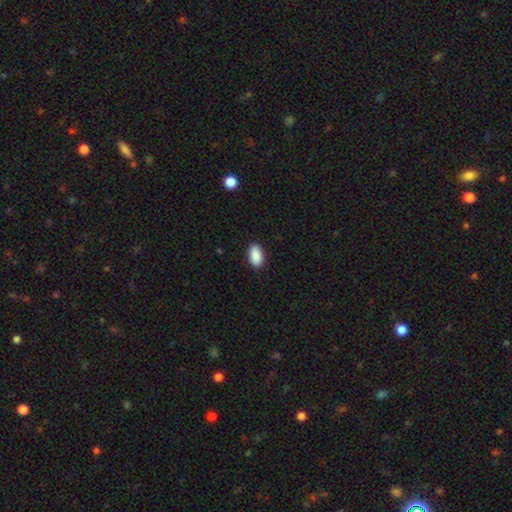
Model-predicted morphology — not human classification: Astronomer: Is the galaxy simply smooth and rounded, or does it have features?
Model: smooth — 90%.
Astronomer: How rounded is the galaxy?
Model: in between — 94%.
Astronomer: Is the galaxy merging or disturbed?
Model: none — 89%.